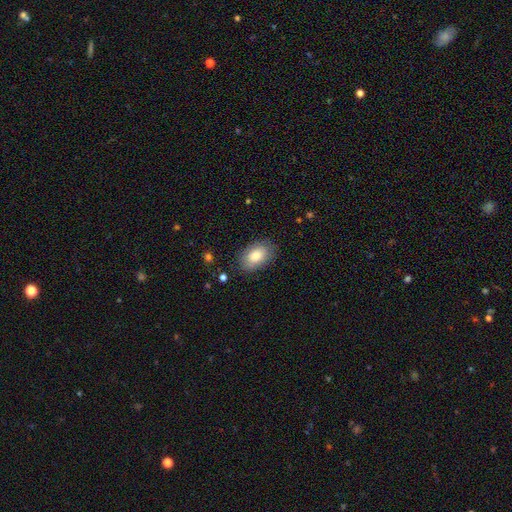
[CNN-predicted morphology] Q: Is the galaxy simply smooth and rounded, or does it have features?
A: smooth — 81%.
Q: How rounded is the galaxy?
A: in between — 91%.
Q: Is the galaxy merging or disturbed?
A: none — 83%.